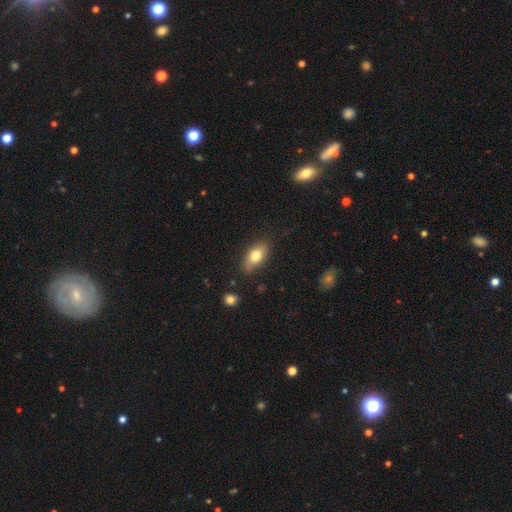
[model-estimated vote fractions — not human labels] Q: Smooth or featured?
A: smooth (75%); runner-up: featured or disk (17%)
Q: How rounded?
A: in between (87%); runner-up: cigar-shaped (7%)
Q: Merging?
A: none (77%); runner-up: minor disturbance (17%)